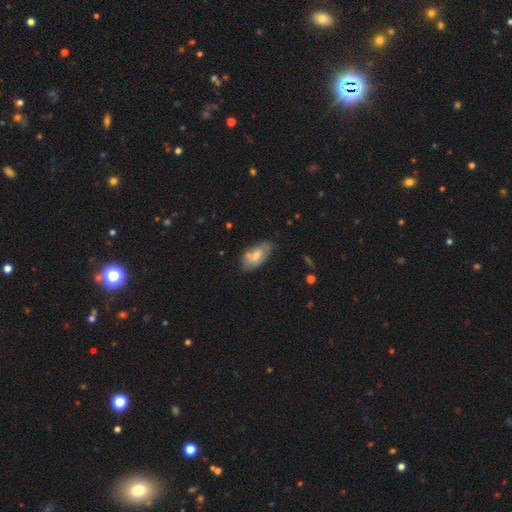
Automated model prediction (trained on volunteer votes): Smooth or featured?
  - smooth: 57% *
  - featured or disk: 36%
  - star or artifact: 7%
How rounded?
  - in between: 92% *
  - cigar-shaped: 5%
  - round: 4%
Merging?
  - none: 59% *
  - minor disturbance: 28%
  - merger: 7%
  - major disturbance: 7%